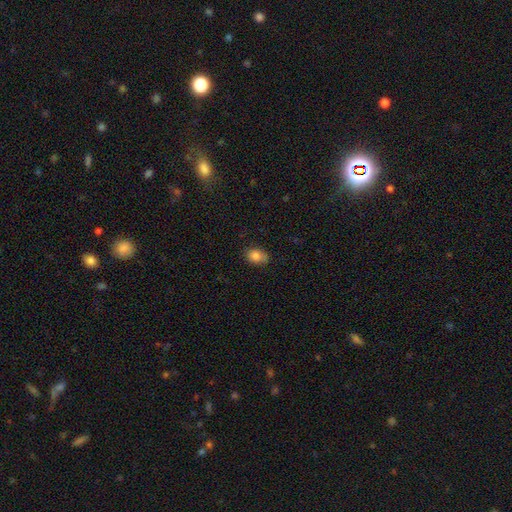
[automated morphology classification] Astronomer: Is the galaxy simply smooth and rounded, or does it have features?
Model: smooth — 85%.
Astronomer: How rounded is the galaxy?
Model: in between — 63%.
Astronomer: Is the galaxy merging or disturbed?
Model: none — 72%.